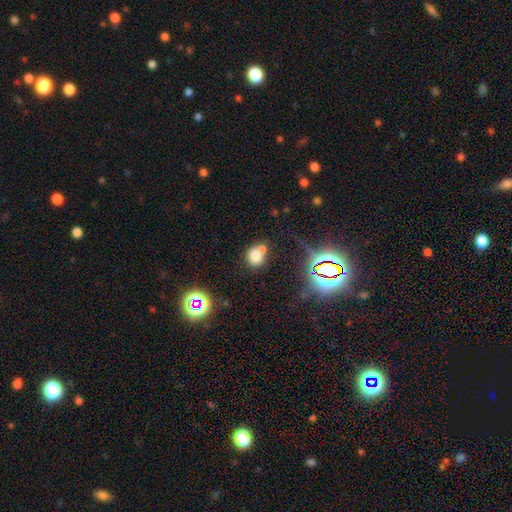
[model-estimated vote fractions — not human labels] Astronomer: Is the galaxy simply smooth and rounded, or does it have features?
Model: smooth — 72%.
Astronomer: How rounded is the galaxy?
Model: round — 74%.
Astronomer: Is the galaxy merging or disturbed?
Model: none — 48% (runner-up: merger, 37%).